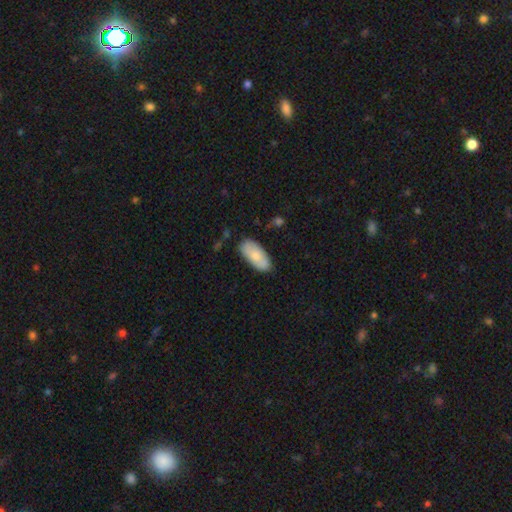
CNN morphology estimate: A smooth galaxy with no disk features (77%) that is in between round and cigar-shaped (90%). Merging: none (75%).